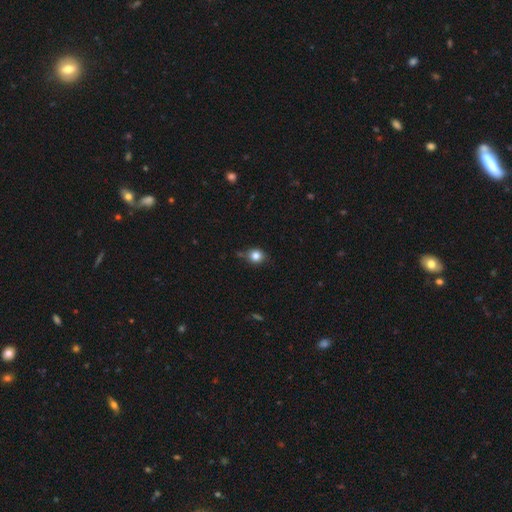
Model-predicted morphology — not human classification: A smooth galaxy with no disk features (82%) that is round (77%). Merging: none (75%).